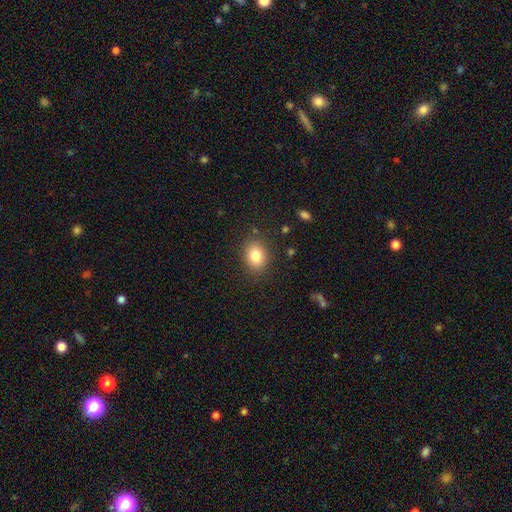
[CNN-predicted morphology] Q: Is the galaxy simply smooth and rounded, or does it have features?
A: smooth — 82%.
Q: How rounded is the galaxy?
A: in between — 55%.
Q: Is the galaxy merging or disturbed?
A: none — 84%.